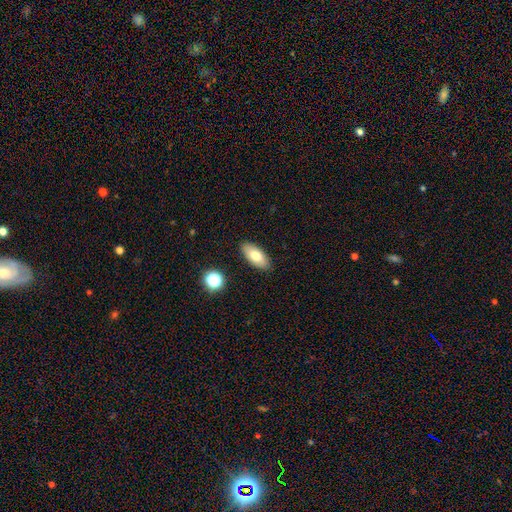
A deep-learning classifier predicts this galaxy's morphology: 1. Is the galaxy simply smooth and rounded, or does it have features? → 74% smooth, 18% featured or disk, 8% star or artifact.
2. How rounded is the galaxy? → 88% in between, 9% cigar-shaped, 3% round.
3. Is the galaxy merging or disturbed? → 88% none, 8% minor disturbance, 2% major disturbance, 2% merger.